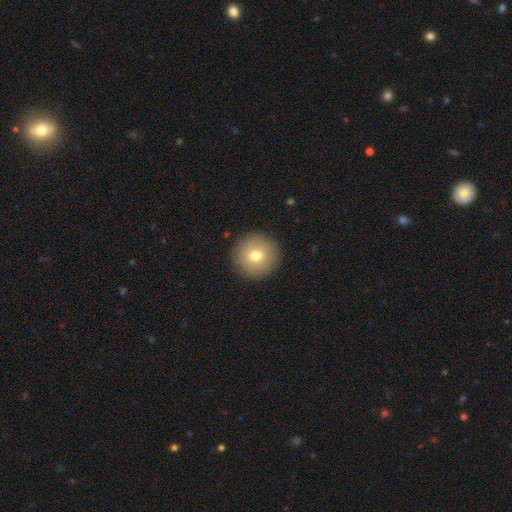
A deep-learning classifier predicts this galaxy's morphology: type=smooth (75%); roundness=round (96%); merging=none (92%).